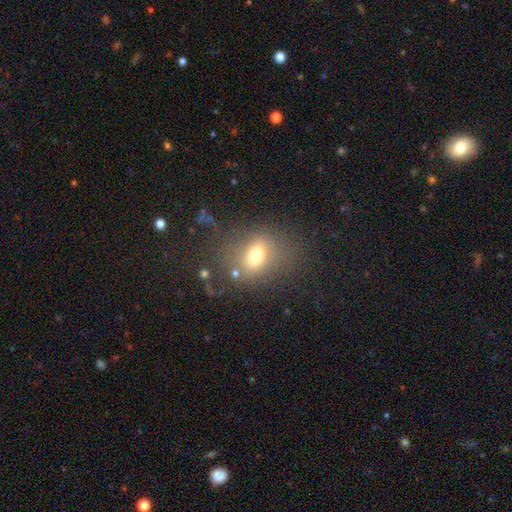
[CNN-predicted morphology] smooth-or-featured: smooth: 65% | featured or disk: 20% | star or artifact: 15%
  how-rounded: in between: 60% | round: 38% | cigar-shaped: 2%
  merging: none: 61% | minor disturbance: 18% | major disturbance: 15% | merger: 6%